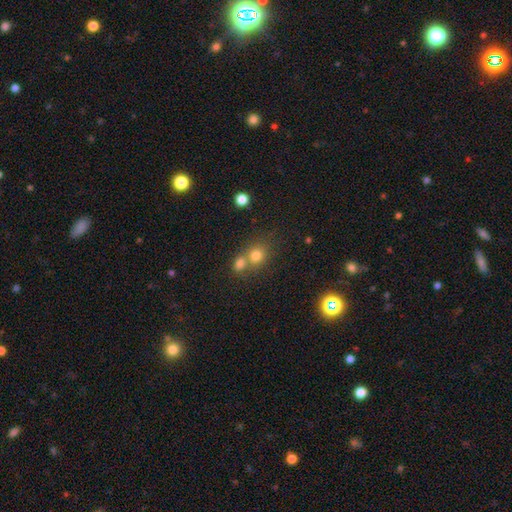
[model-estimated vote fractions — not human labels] smooth_or_featured: smooth (p=0.75) [alt: star or artifact p=0.15]
how_rounded: round (p=0.76) [alt: in between p=0.23]
merging: merger (p=0.47) [alt: none p=0.43]